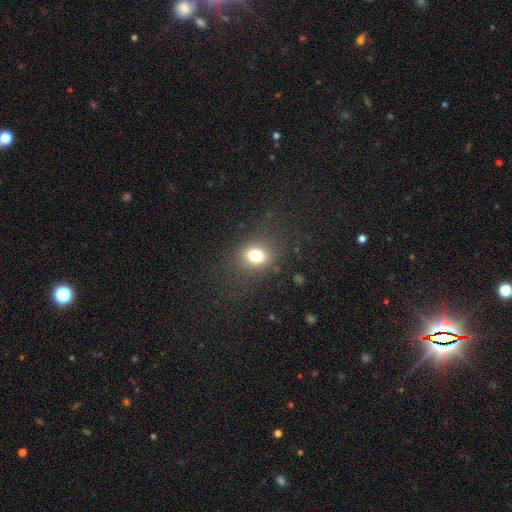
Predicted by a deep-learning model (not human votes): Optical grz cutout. It shows a smooth galaxy with no disk features (76%) that is round (54%). Merging: none (82%).